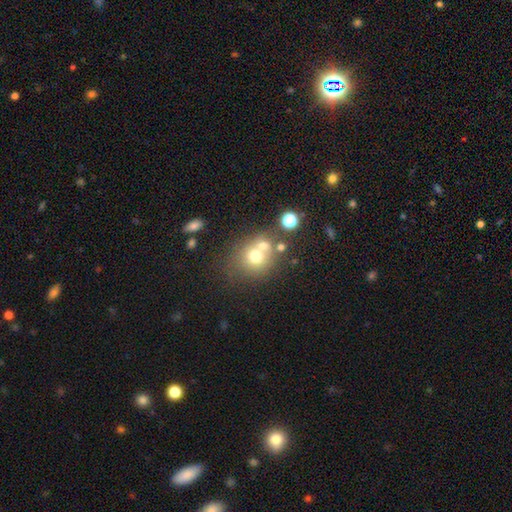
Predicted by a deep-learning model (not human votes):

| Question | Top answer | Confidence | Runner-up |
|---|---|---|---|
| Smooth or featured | smooth | 66% | featured or disk (19%) |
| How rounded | round | 78% | in between (21%) |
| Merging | none | 44% | merger (40%) |